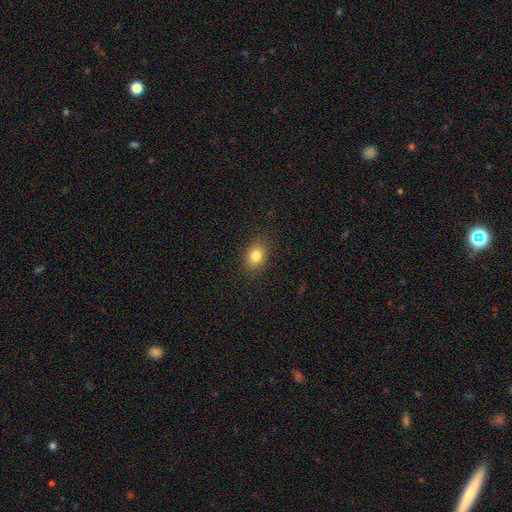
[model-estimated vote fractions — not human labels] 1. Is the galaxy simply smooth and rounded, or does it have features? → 82% smooth, 11% star or artifact, 8% featured or disk.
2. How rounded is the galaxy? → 68% in between, 31% round, 1% cigar-shaped.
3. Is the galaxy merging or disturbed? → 87% none, 9% minor disturbance, 3% major disturbance, 1% merger.